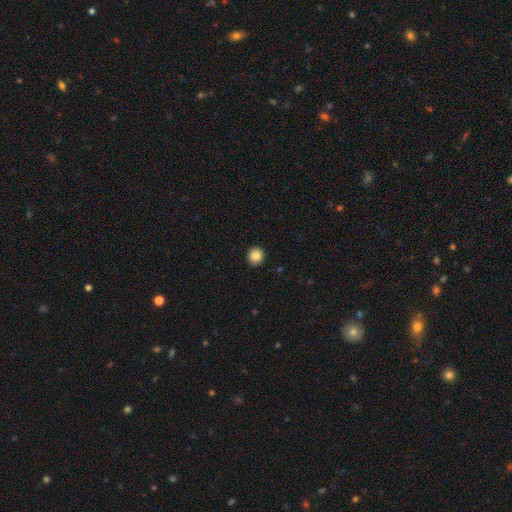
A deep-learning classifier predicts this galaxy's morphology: Smooth or featured? Predicted: smooth (p=0.85). How rounded? Predicted: round (p=0.93). Merging? Predicted: none (p=0.93).